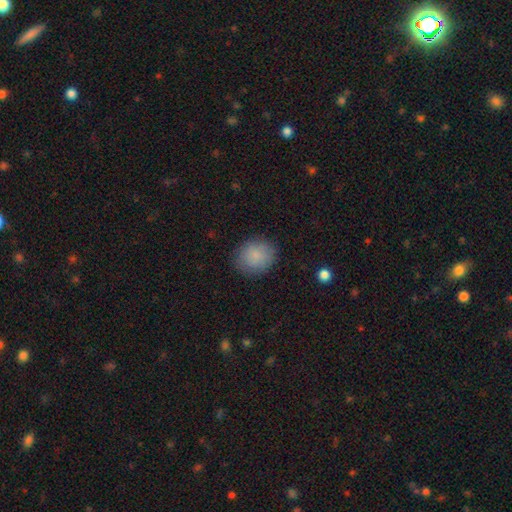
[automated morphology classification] A smooth galaxy with no disk features (86%) that is round (72%).

Vote fractions:
- Smooth or featured? smooth: 86% / star or artifact: 8% / featured or disk: 6%
- How rounded? round: 72% / in between: 27% / cigar-shaped: 1%
- Merging? none: 85% / minor disturbance: 11% / major disturbance: 3% / merger: 1%